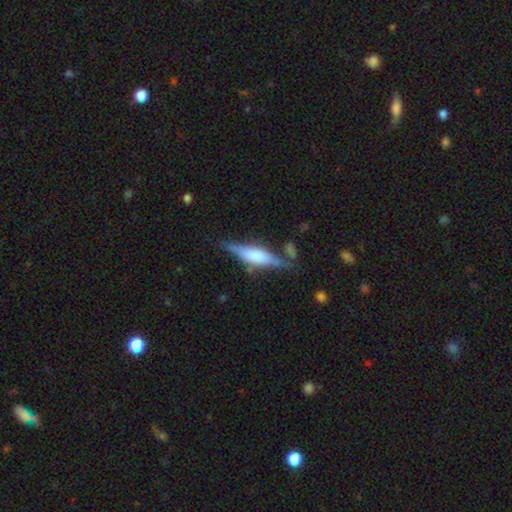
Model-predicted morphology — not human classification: A featured or disk galaxy (55%) viewed edge-on (91%) with a rounded central bulge (48%).

Vote fractions:
- Smooth or featured? featured or disk: 55% / smooth: 38% / star or artifact: 7%
- Edge-on disk? yes: 91% / no: 9%
- Edge-on bulge? rounded: 48% / boxy: 43% / none: 10%
- Merging? none: 66% / minor disturbance: 20% / major disturbance: 7% / merger: 7%